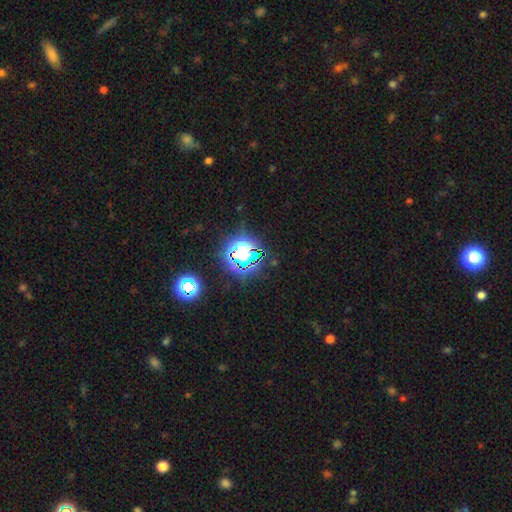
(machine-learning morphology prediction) Smooth or featured? Predicted: star or artifact (p=0.71).